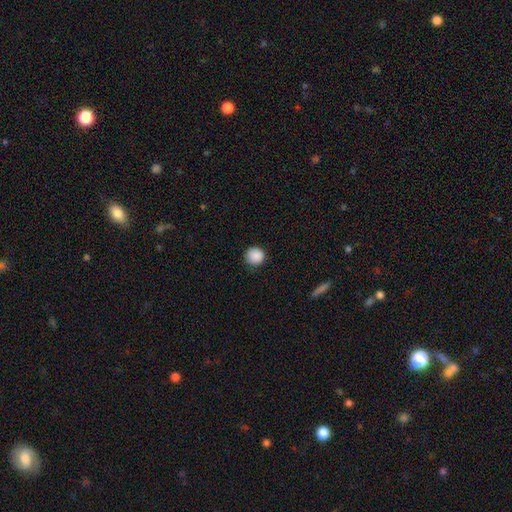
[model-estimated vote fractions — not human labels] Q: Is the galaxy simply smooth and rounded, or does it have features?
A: smooth — 89%.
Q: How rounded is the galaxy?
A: round — 94%.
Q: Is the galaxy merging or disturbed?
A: none — 89%.